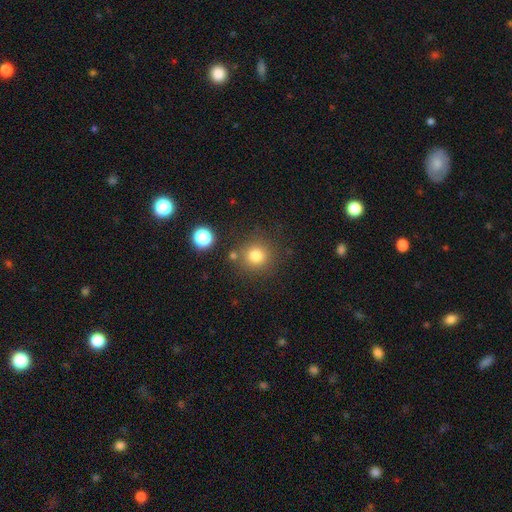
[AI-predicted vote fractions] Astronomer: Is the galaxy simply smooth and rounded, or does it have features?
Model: smooth — 78%.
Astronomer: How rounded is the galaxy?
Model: round — 92%.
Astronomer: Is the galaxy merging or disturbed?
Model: none — 80%.